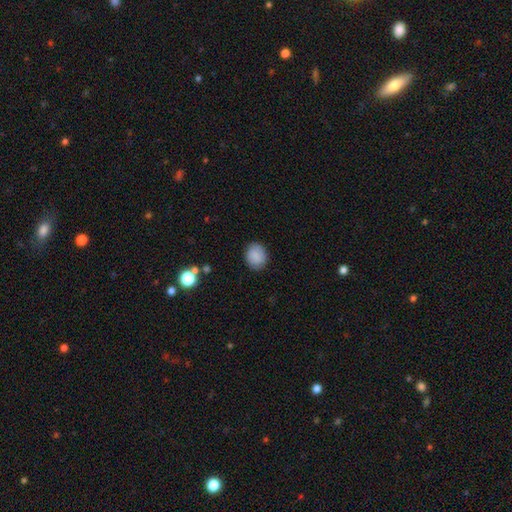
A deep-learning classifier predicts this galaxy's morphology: This is clearly a smooth galaxy (84%). How rounded: likely round (60%). Merging: clearly none (85%).